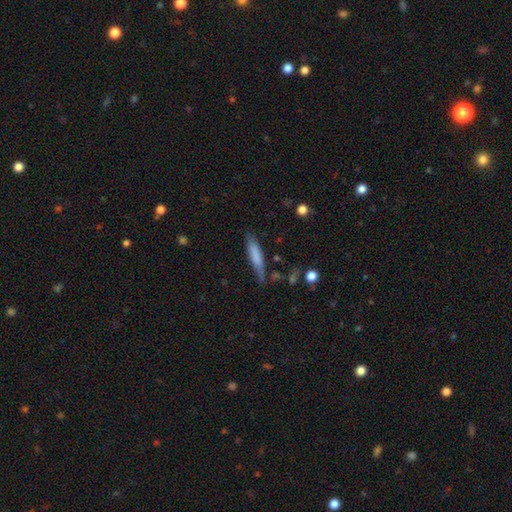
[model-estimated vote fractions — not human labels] A smooth galaxy with no disk features (74%) that is cigar-shaped (83%). Merging: none (67%).